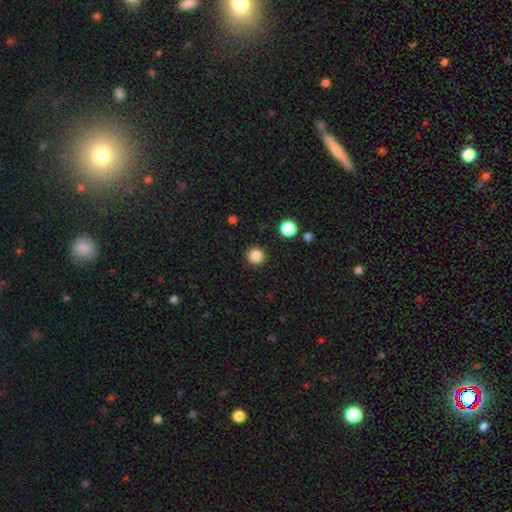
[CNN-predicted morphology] Q: Smooth or featured?
A: smooth (86%); runner-up: star or artifact (11%)
Q: How rounded?
A: round (95%); runner-up: in between (4%)
Q: Merging?
A: none (92%); runner-up: minor disturbance (5%)